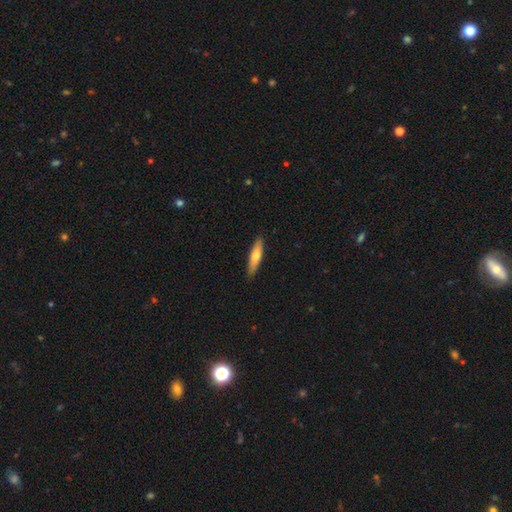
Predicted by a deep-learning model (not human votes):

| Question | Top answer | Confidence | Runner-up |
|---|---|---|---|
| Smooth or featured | smooth | 63% | featured or disk (32%) |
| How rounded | cigar-shaped | 75% | in between (24%) |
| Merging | none | 89% | minor disturbance (8%) |